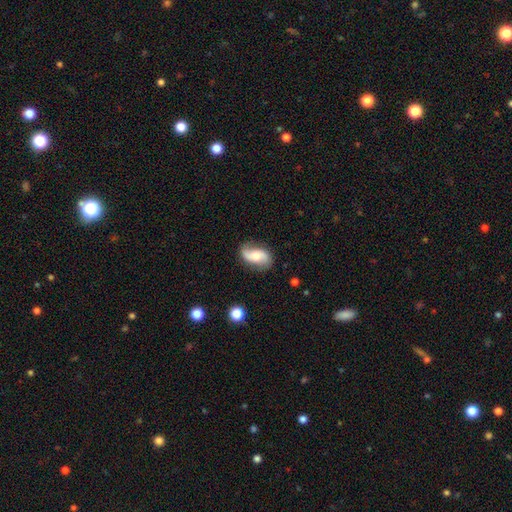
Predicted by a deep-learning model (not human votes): Smooth or featured?
  - featured or disk: 71% *
  - smooth: 22%
  - star or artifact: 7%
Edge-on disk?
  - no: 96% *
  - yes: 4%
Bar?
  - no: 57% *
  - weak: 33%
  - strong: 10%
Spiral arms?
  - yes: 94% *
  - no: 6%
Spiral winding?
  - loose: 65% *
  - medium: 26%
  - tight: 9%
Spiral arm count?
  - 2: 90% *
  - can't tell: 3%
  - 1: 3%
  - 3: 1%
  - 4: 1%
  - more than 4: 1%
Bulge size?
  - moderate: 53% *
  - small: 28%
  - large: 11%
  - none: 5%
  - dominant: 2%
Merging?
  - none: 77% *
  - minor disturbance: 16%
  - major disturbance: 5%
  - merger: 2%